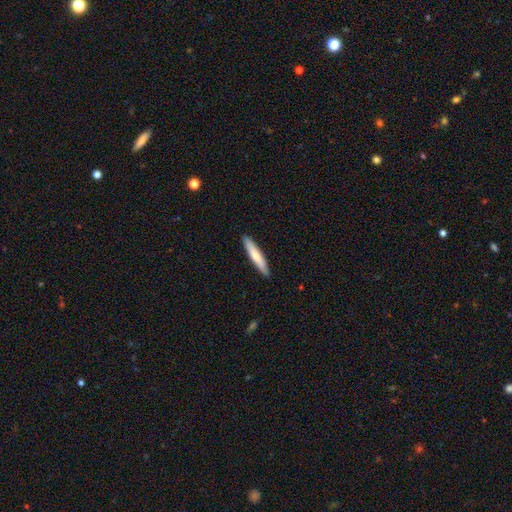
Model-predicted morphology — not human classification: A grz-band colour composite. It shows a smooth galaxy with no disk features (71%) that is cigar-shaped (92%). Merging: none (91%).